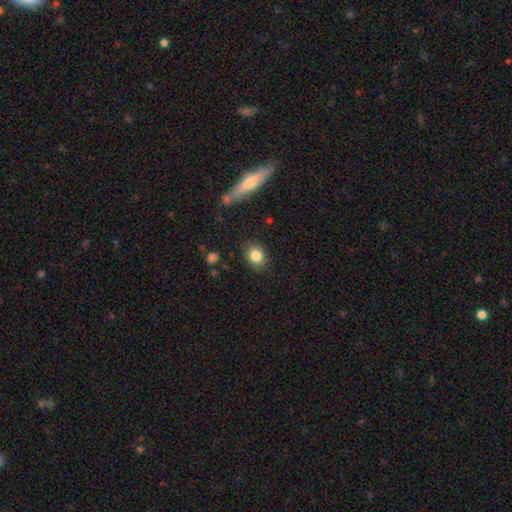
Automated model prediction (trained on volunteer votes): The model was most divided on "how rounded": round: 55%, in between: 43%, cigar-shaped: 2%. More confident: merging — none (85%); smooth or featured — smooth (84%).